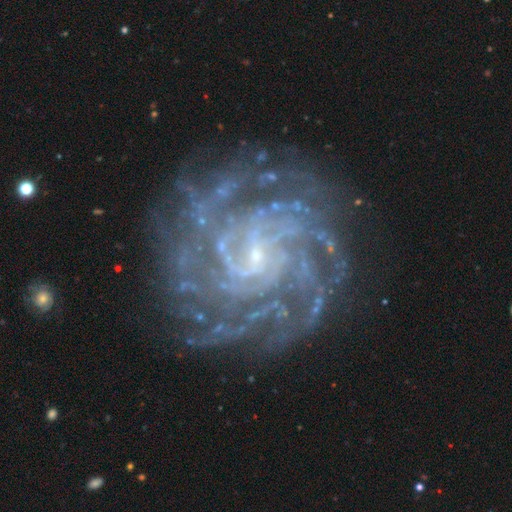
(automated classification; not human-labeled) Overall: featured or disk (91%). Edge-on disk: no (98%). Bar: weak (44%; no 39%). Spiral arms: yes (98%). Spiral arm count: more than 4 (28%; can't tell 23%). Spiral winding: tight (76%). Bulge size: small (82%). Merging: none (80%).